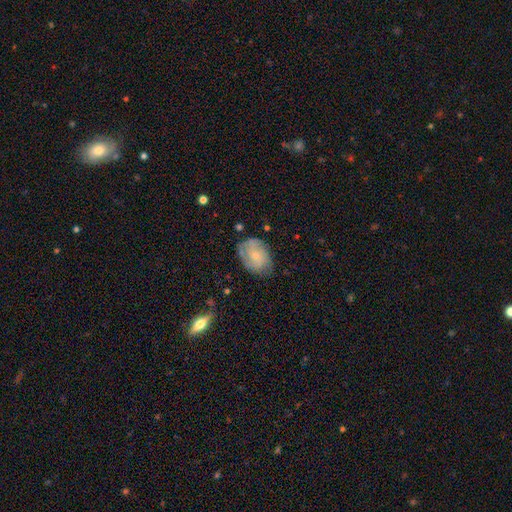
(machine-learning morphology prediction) Smooth or featured: featured or disk — 55% (smooth — 38%)
Edge-on disk: no — 97% (yes — 3%)
Bar: no — 78% (weak — 19%)
Spiral arms: yes — 80% (no — 20%)
Bulge size: small — 73% (moderate — 20%)
Merging: none — 66% (minor disturbance — 24%)